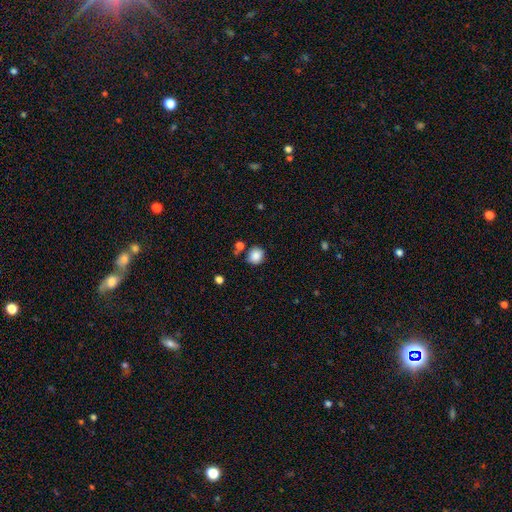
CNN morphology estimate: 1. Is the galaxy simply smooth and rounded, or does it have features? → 86% smooth, 9% star or artifact, 4% featured or disk.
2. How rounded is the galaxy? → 82% round, 17% in between, 1% cigar-shaped.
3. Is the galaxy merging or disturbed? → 76% none, 13% minor disturbance, 7% merger, 4% major disturbance.